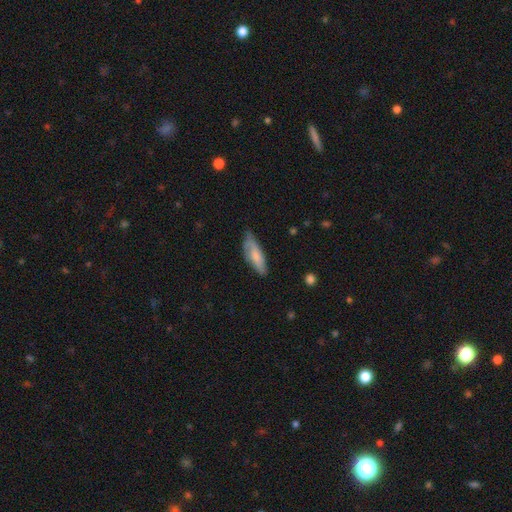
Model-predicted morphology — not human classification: Overall: smooth (66%; featured or disk 28%). How rounded: in between (50%; cigar-shaped 48%). Merging: none (62%; minor disturbance 29%).